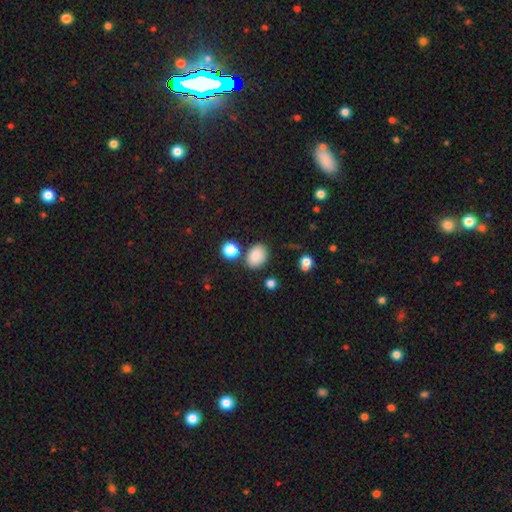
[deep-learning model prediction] A smooth galaxy with no disk features (83%) that is in between round and cigar-shaped (59%). Merging: none (76%).